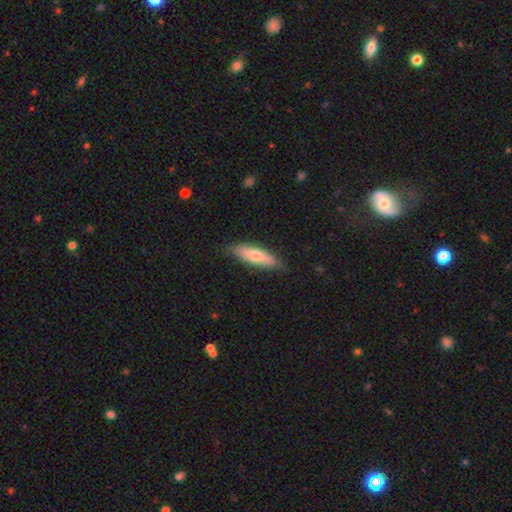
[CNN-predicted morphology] smooth-or-featured: smooth: 66% | featured or disk: 29% | star or artifact: 6%
  how-rounded: in between: 51% | cigar-shaped: 47% | round: 2%
  merging: none: 78% | minor disturbance: 18% | major disturbance: 3% | merger: 1%